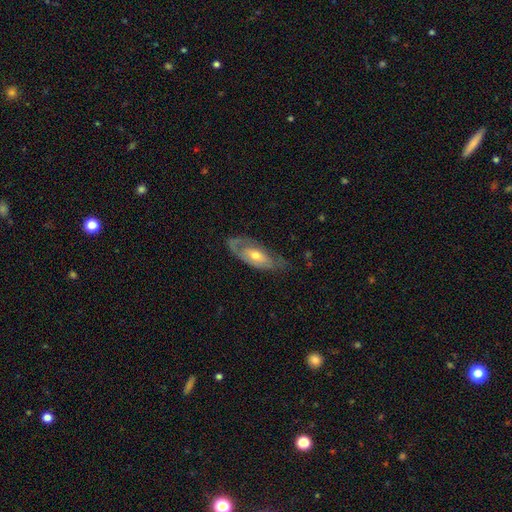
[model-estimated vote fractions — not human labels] Smooth or featured?
  - featured or disk: 60% *
  - smooth: 34%
  - star or artifact: 5%
Edge-on disk?
  - no: 83% *
  - yes: 17%
Bar?
  - no: 75% *
  - weak: 20%
  - strong: 5%
Spiral arms?
  - yes: 59% *
  - no: 41%
Bulge size?
  - moderate: 67% *
  - small: 24%
  - large: 6%
  - none: 1%
  - dominant: 1%
Merging?
  - none: 57% *
  - minor disturbance: 27%
  - major disturbance: 14%
  - merger: 2%